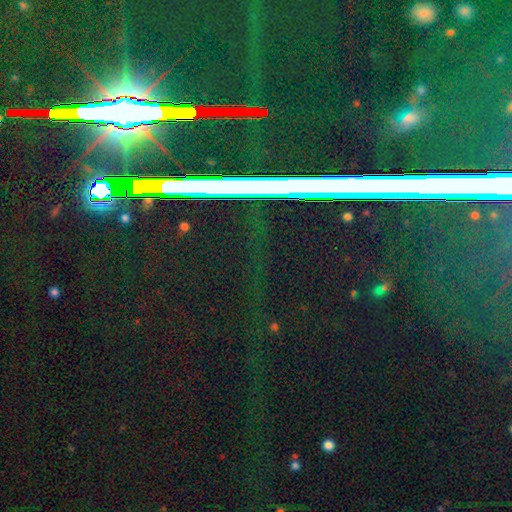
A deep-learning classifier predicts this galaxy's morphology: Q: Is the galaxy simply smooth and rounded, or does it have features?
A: star or artifact — 83%.